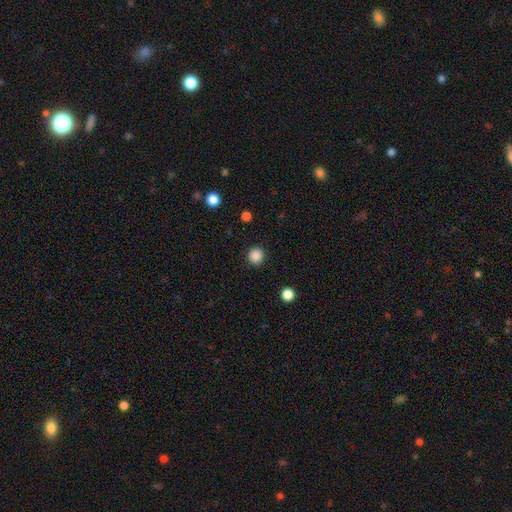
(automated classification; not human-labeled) Smooth or featured? smooth (87%)
How rounded? round (93%)
Merging? none (91%)